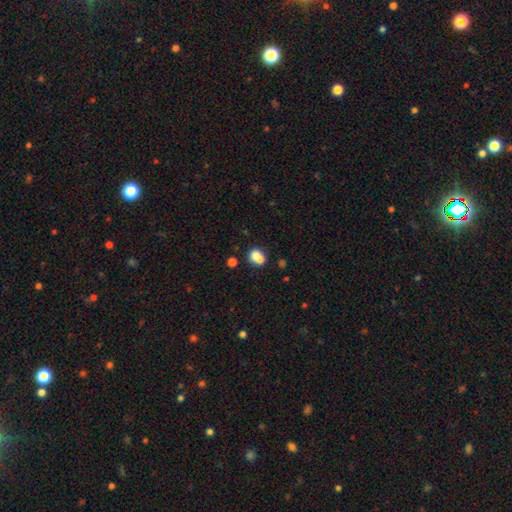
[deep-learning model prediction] smooth-or-featured: smooth: 74% | featured or disk: 14% | star or artifact: 11%
  how-rounded: round: 61% | in between: 38% | cigar-shaped: 1%
  merging: merger: 47% | none: 37% | minor disturbance: 11% | major disturbance: 5%